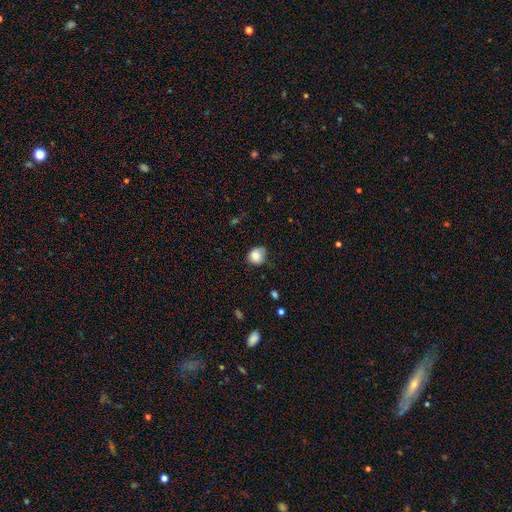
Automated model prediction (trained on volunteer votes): smooth 84%, star or artifact 9%, featured or disk 7%. Down the decision tree: how rounded — round (72%); merging — none (61%).